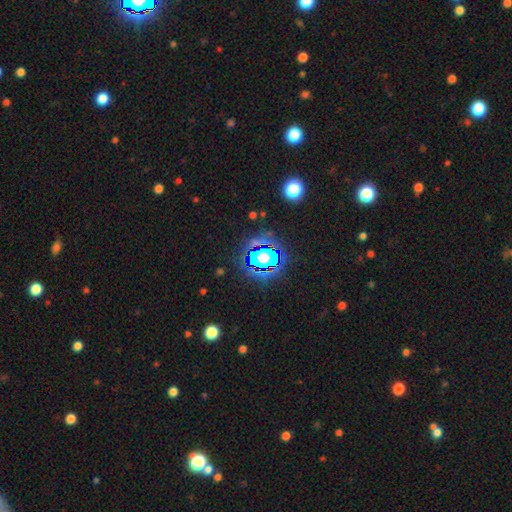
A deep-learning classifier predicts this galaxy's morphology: type=star or artifact (83%).